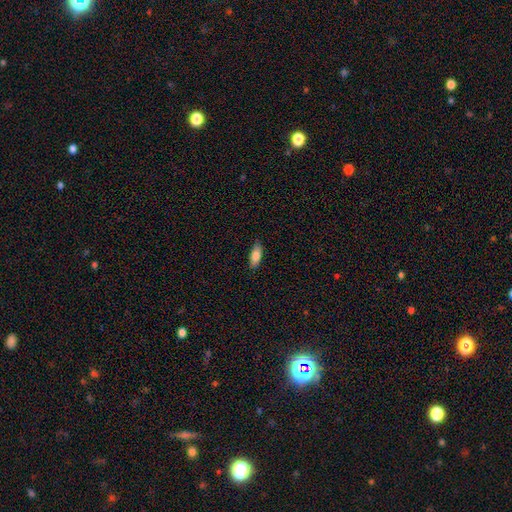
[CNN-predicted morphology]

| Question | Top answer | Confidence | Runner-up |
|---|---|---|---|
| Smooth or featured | smooth | 82% | featured or disk (11%) |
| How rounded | in between | 78% | cigar-shaped (20%) |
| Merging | none | 83% | minor disturbance (14%) |